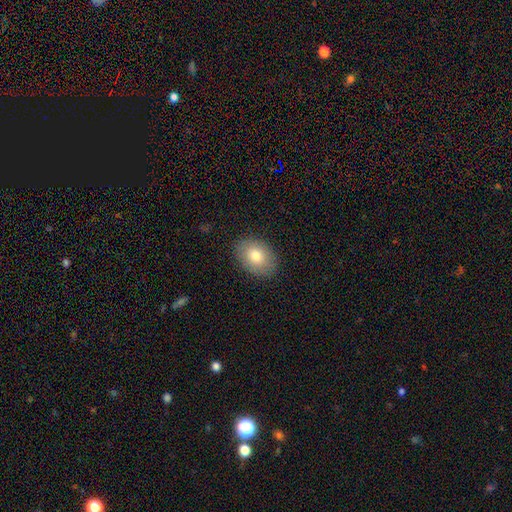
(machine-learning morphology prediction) Smooth or featured? smooth (80%)
How rounded? in between (77%)
Merging? none (87%)